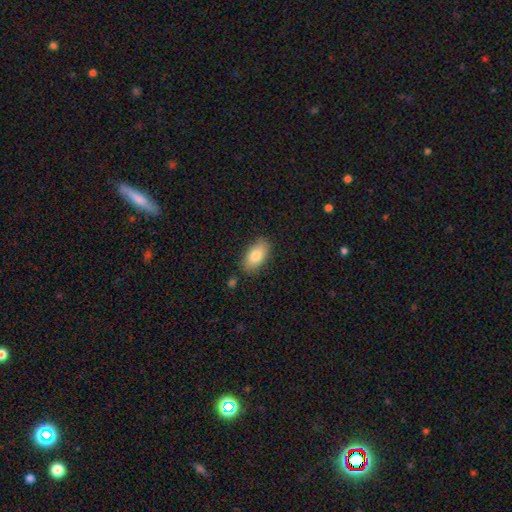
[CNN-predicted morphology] The model was most divided on "smooth or featured": smooth: 81%, featured or disk: 12%, star or artifact: 7%. More confident: how rounded — in between (92%); merging — none (84%).